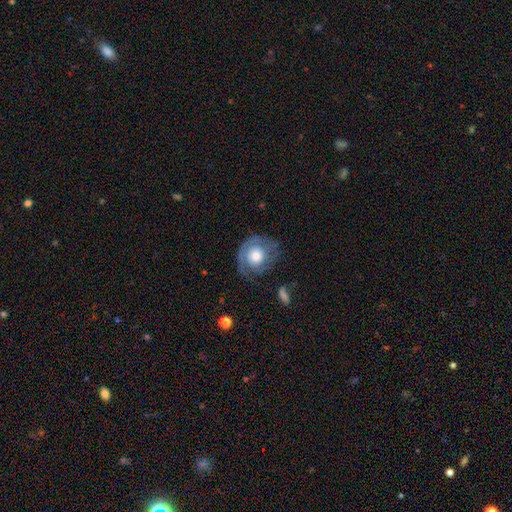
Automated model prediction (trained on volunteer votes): smooth_or_featured: featured or disk (p=0.50) [alt: smooth p=0.44]
merging: none (p=0.62) [alt: minor disturbance p=0.22]